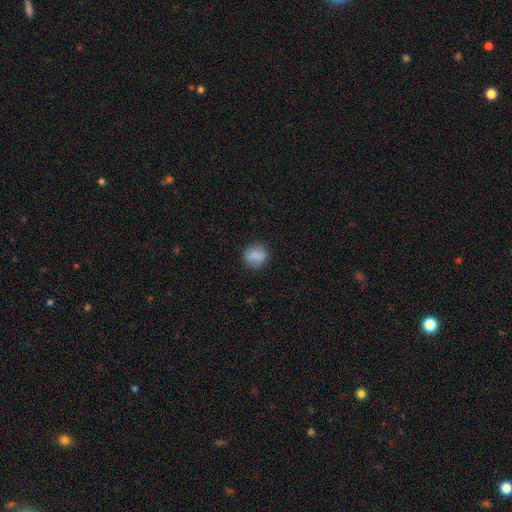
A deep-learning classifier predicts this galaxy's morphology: Overall: smooth (85%). How rounded: round (75%). Merging: none (86%).